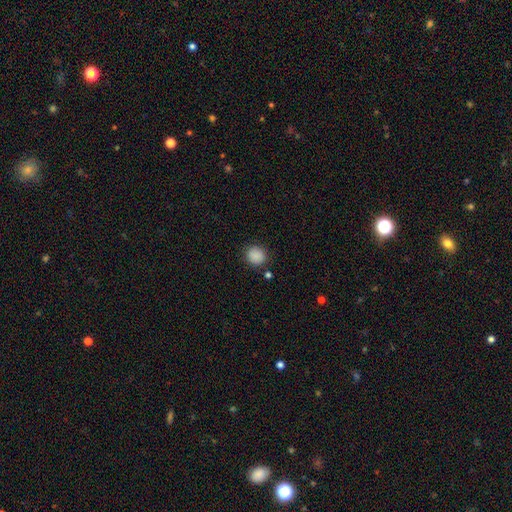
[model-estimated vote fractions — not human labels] Morphology: type=smooth (88%); roundness=round (78%); merging=none (86%).